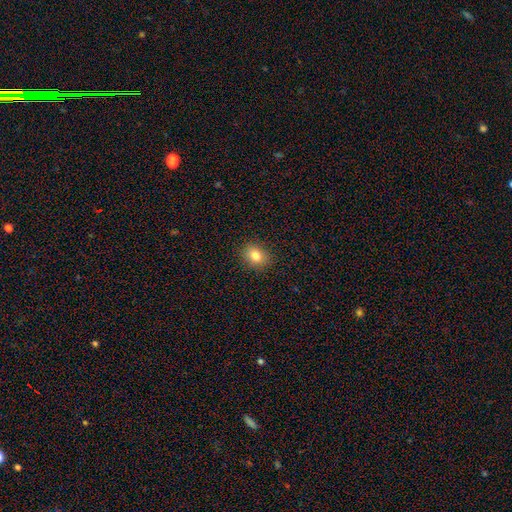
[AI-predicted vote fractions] Q: Smooth or featured?
A: smooth (81%); runner-up: star or artifact (11%)
Q: How rounded?
A: round (56%); runner-up: in between (43%)
Q: Merging?
A: none (90%); runner-up: minor disturbance (7%)